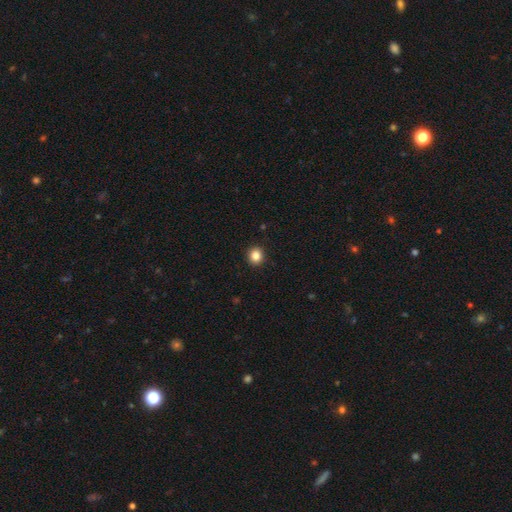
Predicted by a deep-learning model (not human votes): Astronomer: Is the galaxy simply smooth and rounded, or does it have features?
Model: smooth — 85%.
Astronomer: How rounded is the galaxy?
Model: round — 87%.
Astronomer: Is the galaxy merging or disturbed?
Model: none — 93%.